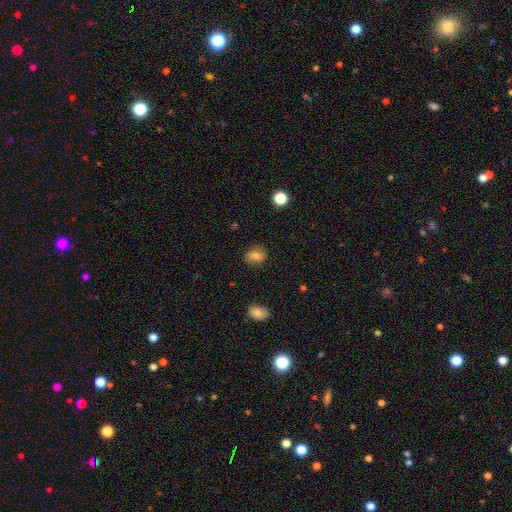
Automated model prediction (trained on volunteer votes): Smooth or featured: smooth — 73% (featured or disk — 17%)
How rounded: in between — 58% (round — 41%)
Merging: none — 83% (minor disturbance — 13%)